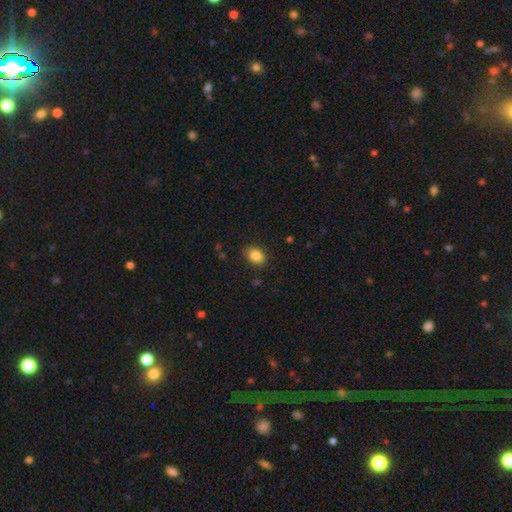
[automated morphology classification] Smooth or featured?
  - smooth: 86% *
  - star or artifact: 9%
  - featured or disk: 5%
How rounded?
  - in between: 64% *
  - round: 35%
  - cigar-shaped: 1%
Merging?
  - none: 86% *
  - minor disturbance: 10%
  - major disturbance: 3%
  - merger: 1%